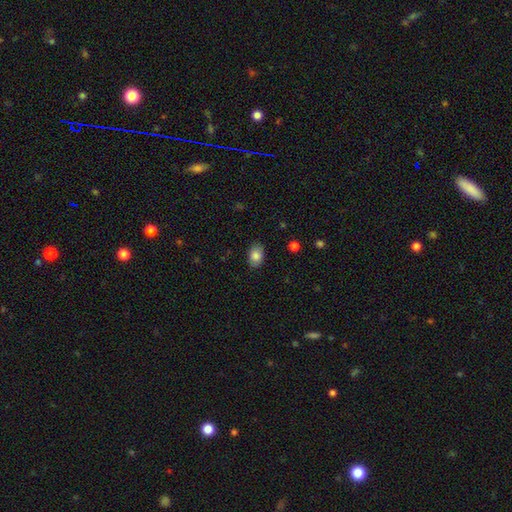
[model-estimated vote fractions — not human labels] smooth 84%, featured or disk 8%, star or artifact 8%. Down the decision tree: how rounded — in between (82%); merging — none (86%).